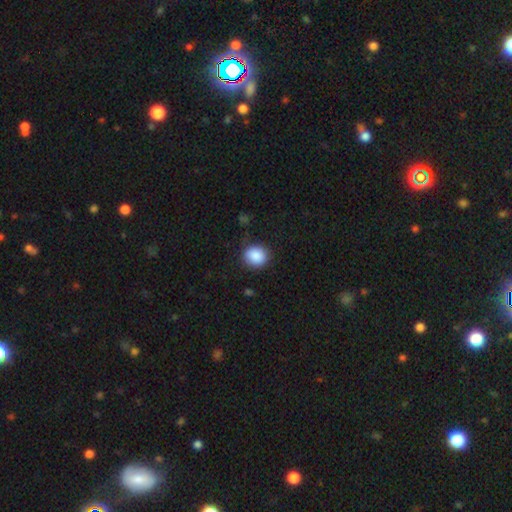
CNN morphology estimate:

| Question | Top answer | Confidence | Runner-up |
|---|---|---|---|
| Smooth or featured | smooth | 88% | star or artifact (8%) |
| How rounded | round | 78% | in between (21%) |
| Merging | none | 83% | minor disturbance (12%) |